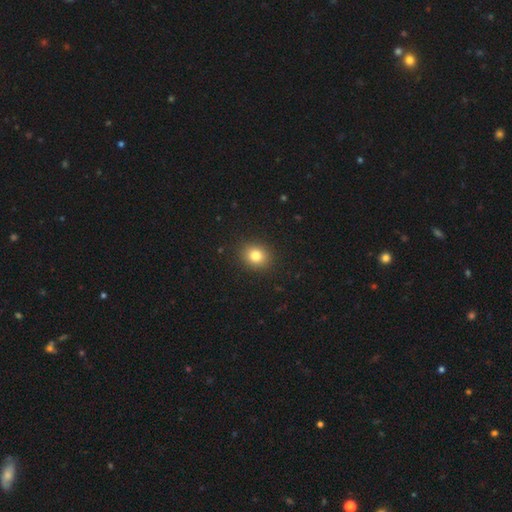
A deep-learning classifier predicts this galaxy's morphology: smooth-or-featured: smooth: 81% | star or artifact: 12% | featured or disk: 7%
  how-rounded: round: 72% | in between: 27% | cigar-shaped: 1%
  merging: none: 90% | minor disturbance: 7% | major disturbance: 2% | merger: 1%